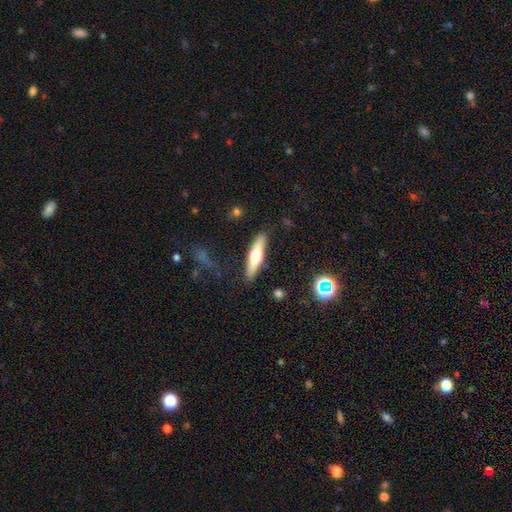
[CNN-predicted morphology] smooth-or-featured: smooth: 50% | featured or disk: 44% | star or artifact: 6%
  merging: none: 86% | minor disturbance: 10% | major disturbance: 2% | merger: 2%